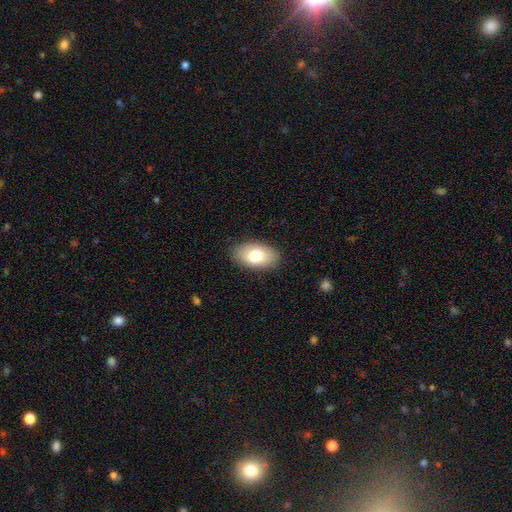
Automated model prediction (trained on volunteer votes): Smooth or featured?
  - smooth: 77% *
  - featured or disk: 16%
  - star or artifact: 7%
How rounded?
  - in between: 94% *
  - round: 5%
  - cigar-shaped: 2%
Merging?
  - none: 88% *
  - minor disturbance: 9%
  - major disturbance: 2%
  - merger: 1%